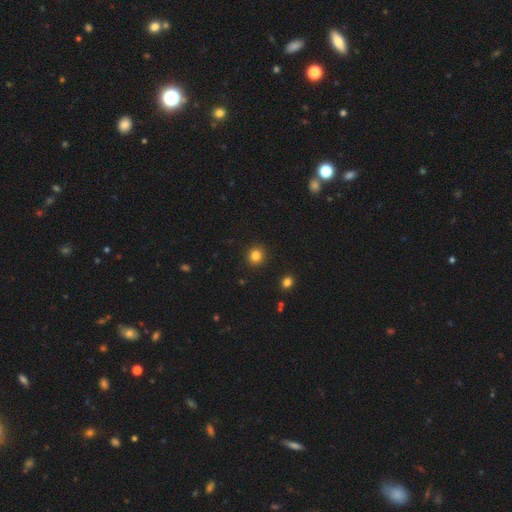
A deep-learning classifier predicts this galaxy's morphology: A smooth galaxy with no disk features (82%) that is round (91%). Merging: none (92%).